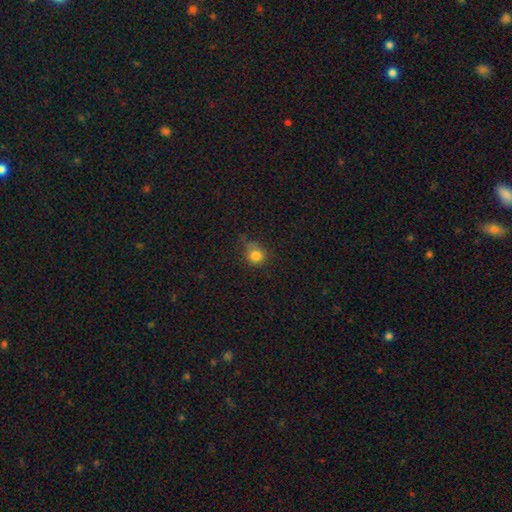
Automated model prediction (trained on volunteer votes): This appears to be a smooth galaxy with no disk features (82%) that is round (82%). Merging: none (61%).